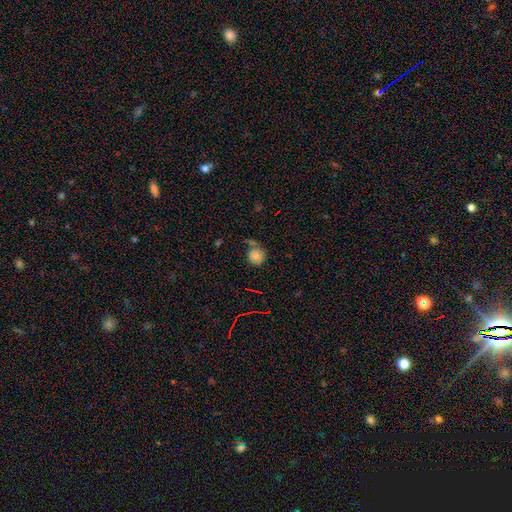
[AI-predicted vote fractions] A smooth galaxy with no disk features (79%) that is round (86%). Merging: none (50%).